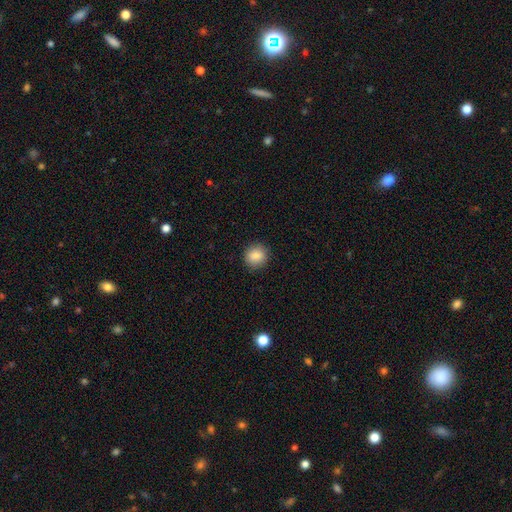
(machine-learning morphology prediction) Overall: smooth (86%). How rounded: round (87%). Merging: none (89%).